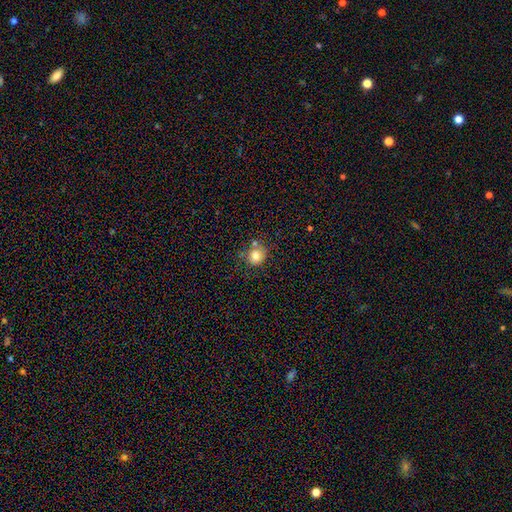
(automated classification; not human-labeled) Smooth or featured? Predicted: smooth (p=0.79). How rounded? Predicted: round (p=0.79). Merging? Predicted: none (p=0.67).